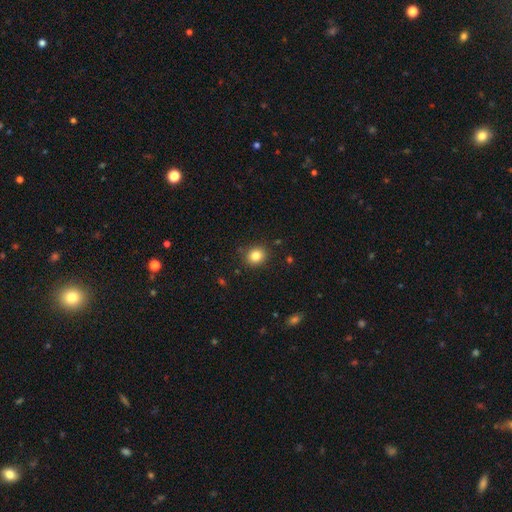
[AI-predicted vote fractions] Smooth or featured? smooth (83%)
How rounded? round (74%)
Merging? none (88%)